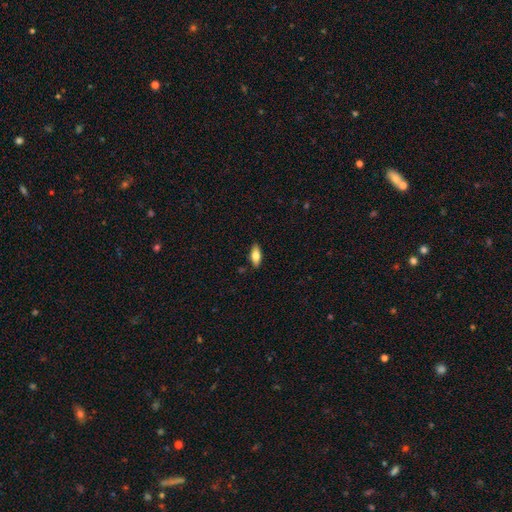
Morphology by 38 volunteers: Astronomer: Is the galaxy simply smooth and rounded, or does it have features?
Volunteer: smooth — 89%.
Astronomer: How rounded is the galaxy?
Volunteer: in between — 82%.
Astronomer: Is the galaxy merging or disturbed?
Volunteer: none — 94%.